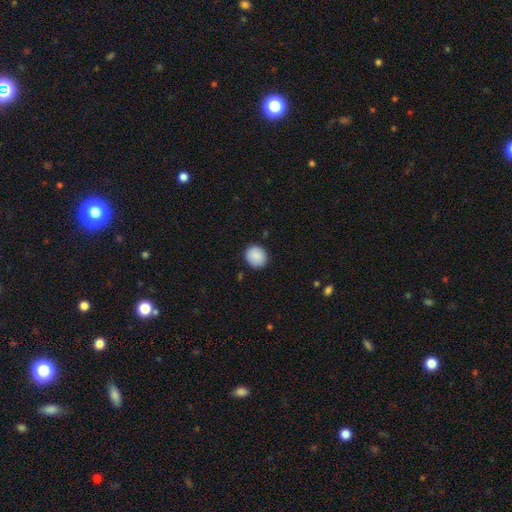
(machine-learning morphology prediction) smooth-or-featured: smooth: 90% | star or artifact: 7% | featured or disk: 3%
  how-rounded: round: 84% | in between: 15% | cigar-shaped: 1%
  merging: none: 89% | minor disturbance: 8% | major disturbance: 2% | merger: 1%